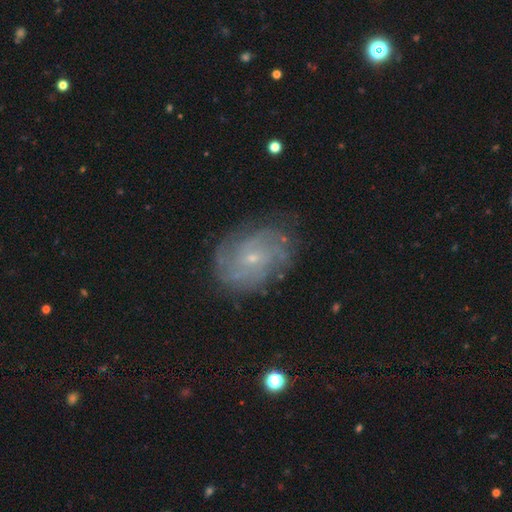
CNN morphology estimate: This is likely a featured or disk galaxy (72%). It is clearly not viewed edge-on (96%). Bar: likely no (68%). Spiral arm pattern: clearly yes (93%). Spiral arm count: marginally can't tell (43%). Spiral winding: likely tight (62%). Central bulge: likely small (79%). Merging: clearly none (81%).